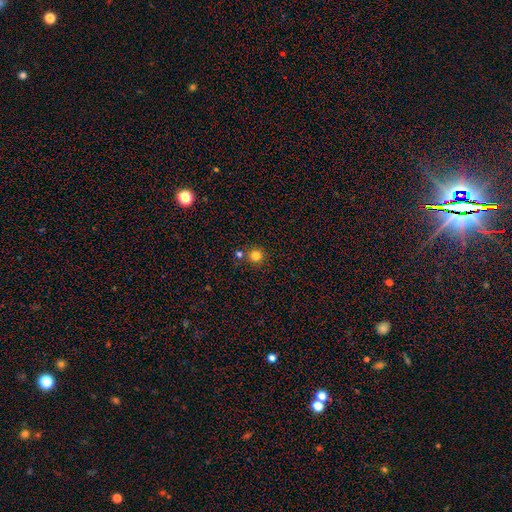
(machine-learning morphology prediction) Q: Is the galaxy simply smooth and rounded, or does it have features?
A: smooth — 81%.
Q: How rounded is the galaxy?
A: round — 94%.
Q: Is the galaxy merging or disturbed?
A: none — 79%.